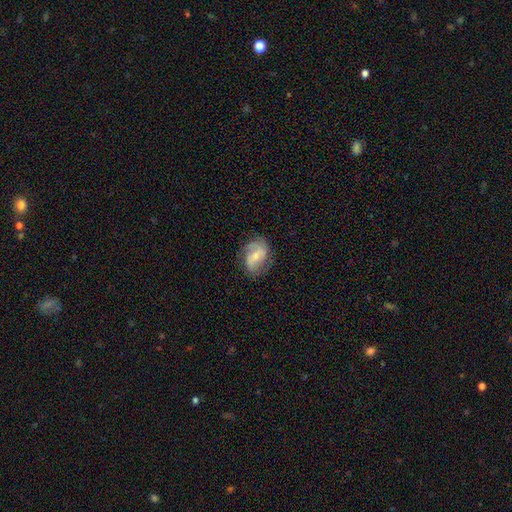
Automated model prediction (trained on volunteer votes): Smooth or featured: featured or disk — 64% (smooth — 29%)
Edge-on disk: no — 96% (yes — 4%)
Bar: weak — 44% (no — 33%)
Spiral arms: yes — 85% (no — 15%)
Spiral winding: medium — 44% (loose — 28%)
Spiral arm count: 2 — 70% (can't tell — 16%)
Bulge size: small — 49% (moderate — 46%)
Merging: none — 70% (minor disturbance — 20%)